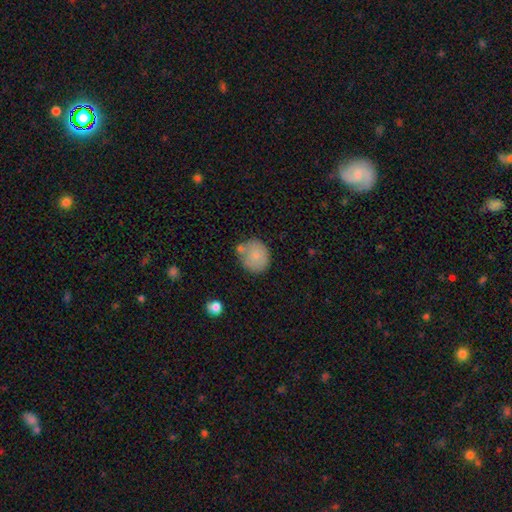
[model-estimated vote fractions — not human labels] smooth 79%, featured or disk 13%, star or artifact 8%. Down the decision tree: how rounded — round (80%); merging — none (58%).